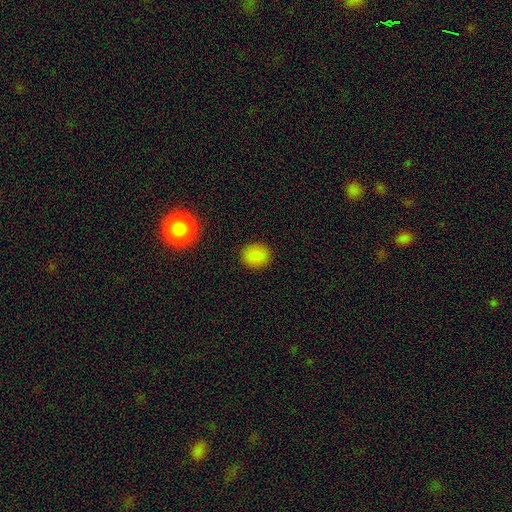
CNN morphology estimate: A smooth galaxy with no disk features (85%) that is round (71%). Merging: none (89%).